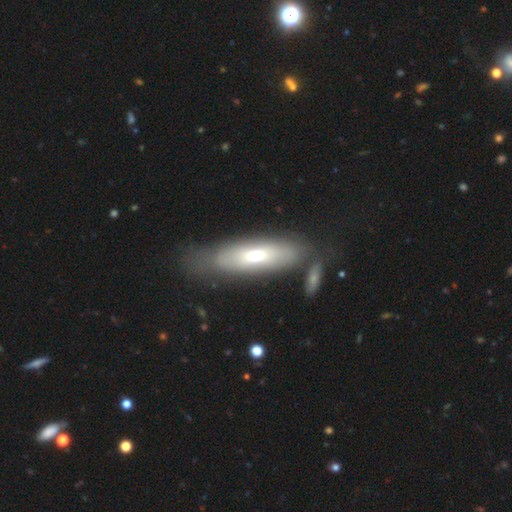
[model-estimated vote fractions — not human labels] featured or disk 47%, smooth 45%, star or artifact 8%. Down the decision tree: merging — none (67%).